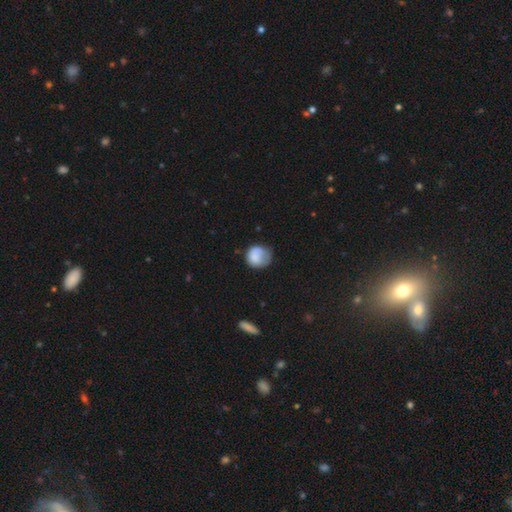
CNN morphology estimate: type=smooth (79%); roundness=round (80%); merging=none (50%).